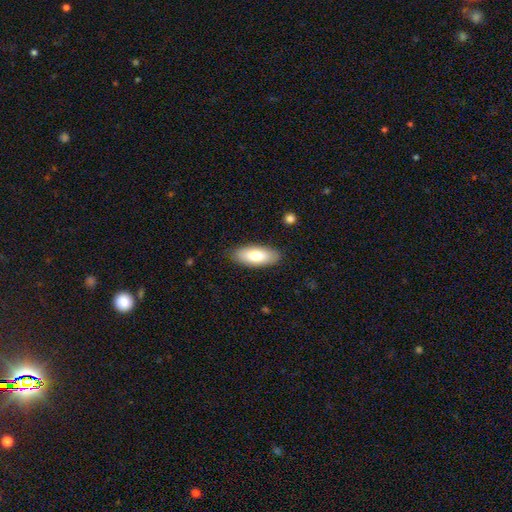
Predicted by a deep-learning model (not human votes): smooth_or_featured: smooth (p=0.79) [alt: featured or disk p=0.16]
how_rounded: in between (p=0.80) [alt: cigar-shaped p=0.18]
merging: none (p=0.87) [alt: minor disturbance p=0.09]